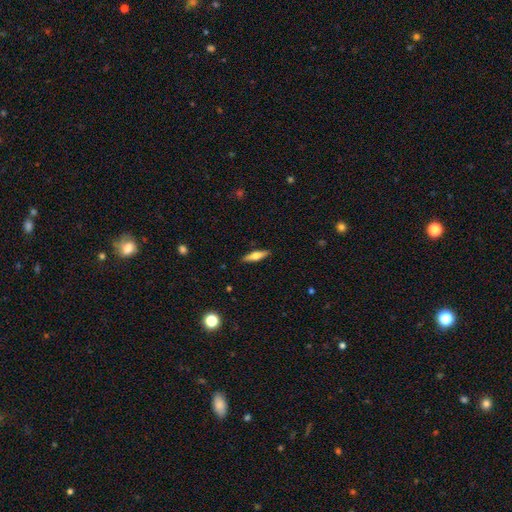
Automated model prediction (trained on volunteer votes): Smooth or featured?
  - smooth: 50% *
  - featured or disk: 43%
  - star or artifact: 6%
How rounded?
  - cigar-shaped: 69% *
  - in between: 29%
  - round: 2%
Merging?
  - none: 89% *
  - minor disturbance: 8%
  - major disturbance: 2%
  - merger: 1%